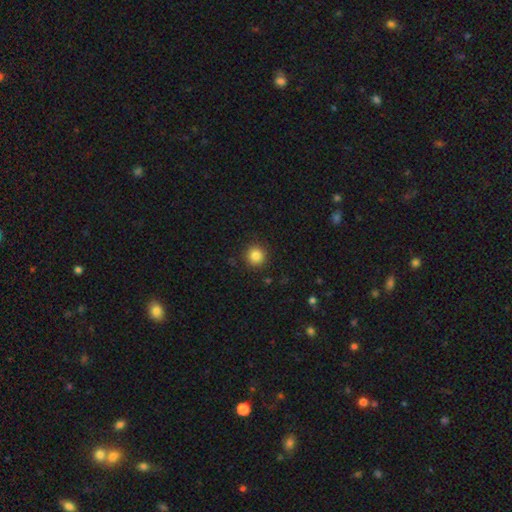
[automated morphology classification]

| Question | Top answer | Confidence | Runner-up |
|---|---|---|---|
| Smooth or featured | smooth | 85% | star or artifact (11%) |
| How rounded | round | 94% | in between (5%) |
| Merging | none | 91% | minor disturbance (6%) |